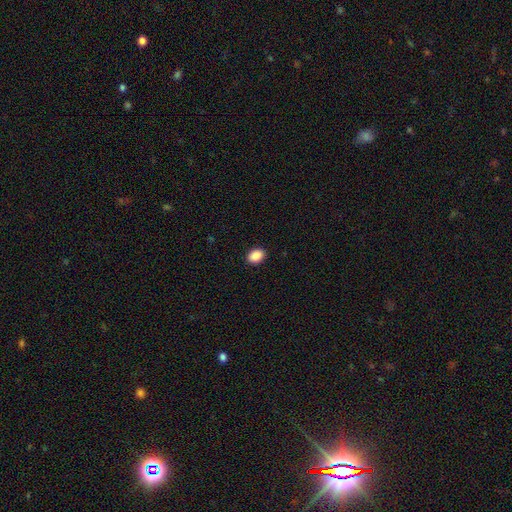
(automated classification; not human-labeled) Overall: smooth (90%). How rounded: in between (78%). Merging: none (91%).